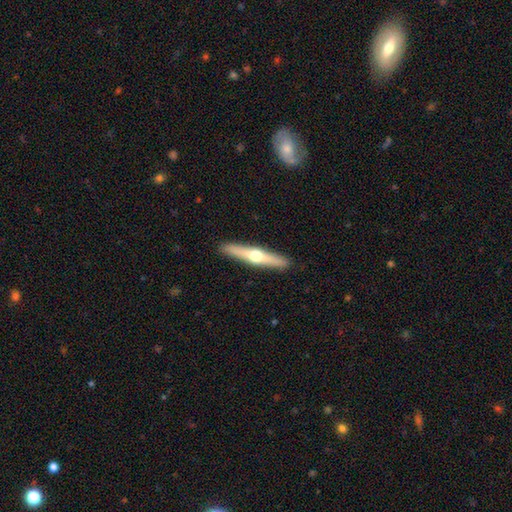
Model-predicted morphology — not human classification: featured or disk 61%, smooth 34%, star or artifact 5%. Down the decision tree: edge-on disk — yes (96%); edge-on bulge — rounded (94%); merging — none (91%).